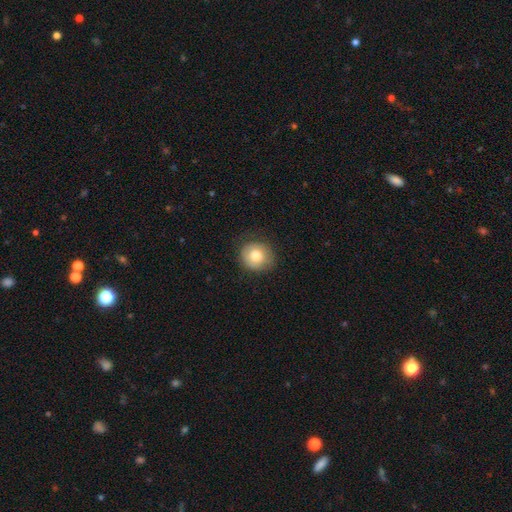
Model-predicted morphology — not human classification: Smooth or featured: smooth — 75% (featured or disk — 16%)
How rounded: round — 88% (in between — 11%)
Merging: none — 80% (minor disturbance — 15%)